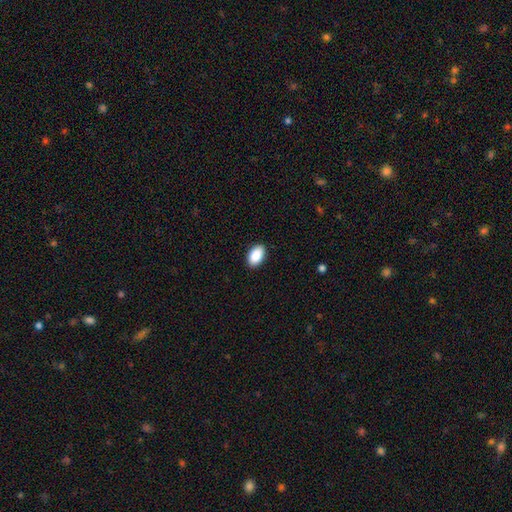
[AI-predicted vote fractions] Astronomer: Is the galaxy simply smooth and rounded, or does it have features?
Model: smooth — 89%.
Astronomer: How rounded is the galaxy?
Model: in between — 92%.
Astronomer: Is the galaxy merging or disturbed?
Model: none — 90%.